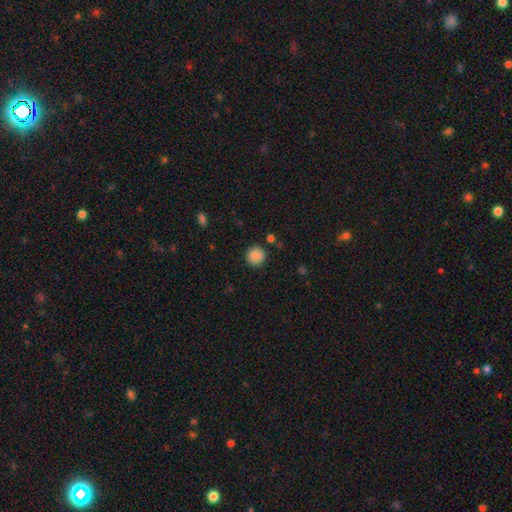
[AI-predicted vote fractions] smooth 88%, star or artifact 9%, featured or disk 4%. Down the decision tree: how rounded — round (93%); merging — none (90%).